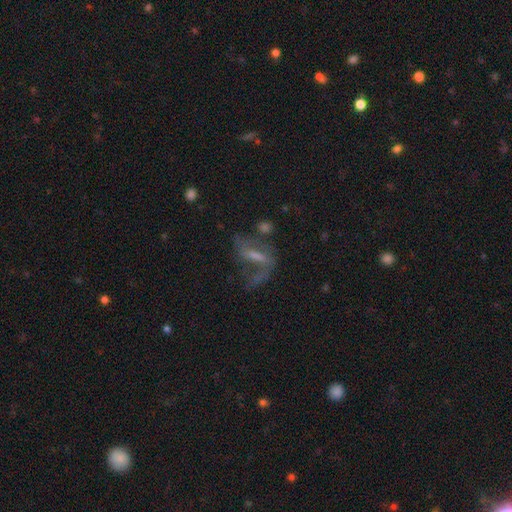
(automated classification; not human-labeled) smooth-or-featured: featured or disk: 65% | smooth: 22% | star or artifact: 13%
  disk-edge-on: no: 90% | yes: 10%
    bar: strong: 41% | weak: 39% | no: 20%
    has-spiral-arms: yes: 72% | no: 28%
    bulge-size: none: 33% | small: 31% | moderate: 28% | large: 6% | dominant: 2%
  merging: none: 39% | major disturbance: 34% | minor disturbance: 18% | merger: 9%